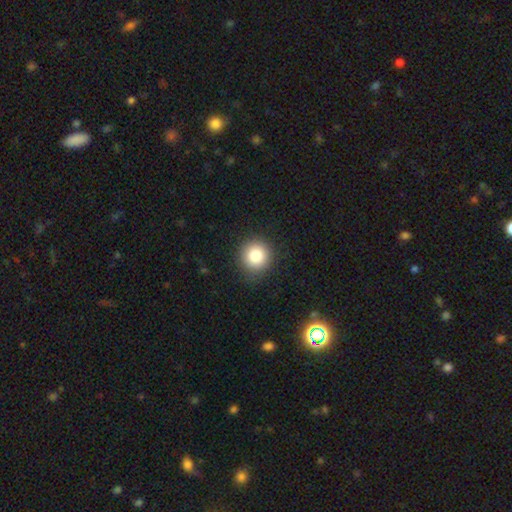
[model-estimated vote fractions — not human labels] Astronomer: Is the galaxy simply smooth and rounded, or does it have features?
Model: smooth — 84%.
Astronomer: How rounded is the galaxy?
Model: round — 92%.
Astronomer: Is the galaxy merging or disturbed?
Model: none — 88%.